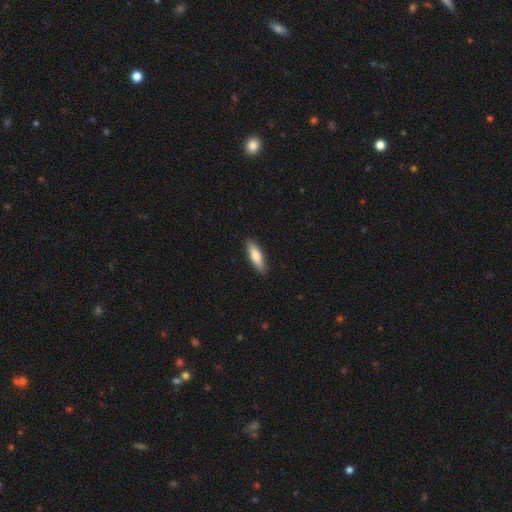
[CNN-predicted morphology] Smooth or featured? Predicted: smooth (p=0.75). How rounded? Predicted: cigar-shaped (p=0.61). Merging? Predicted: none (p=0.89).